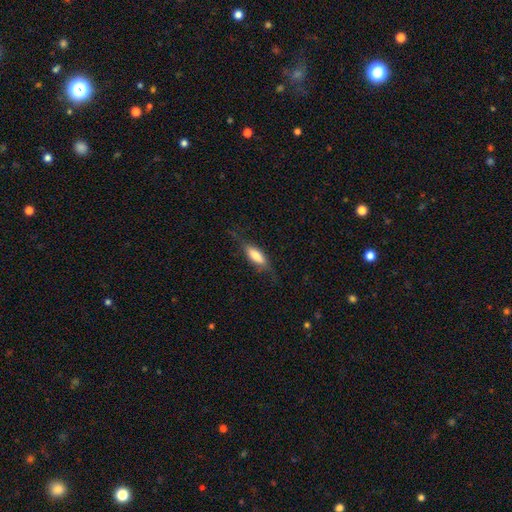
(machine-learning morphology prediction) Overall: smooth (65%; featured or disk 28%). How rounded: in between (59%; cigar-shaped 38%). Merging: none (63%; minor disturbance 24%).